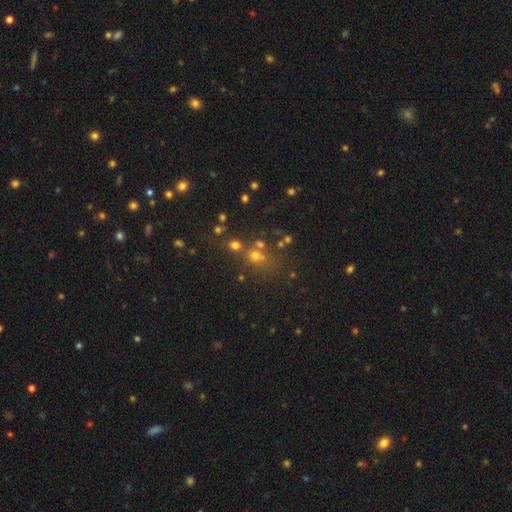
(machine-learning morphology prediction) Smooth or featured? smooth (49%)
Merging? none (54%)